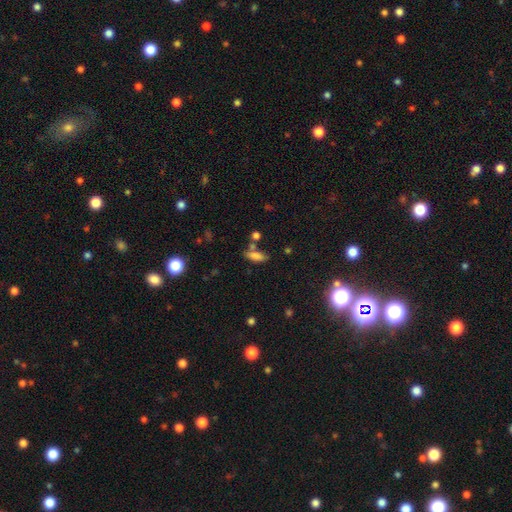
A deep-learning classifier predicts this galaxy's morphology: Smooth or featured?
  - smooth: 78% *
  - featured or disk: 11%
  - star or artifact: 11%
How rounded?
  - in between: 65% *
  - cigar-shaped: 32%
  - round: 3%
Merging?
  - none: 60% *
  - merger: 18%
  - minor disturbance: 16%
  - major disturbance: 5%